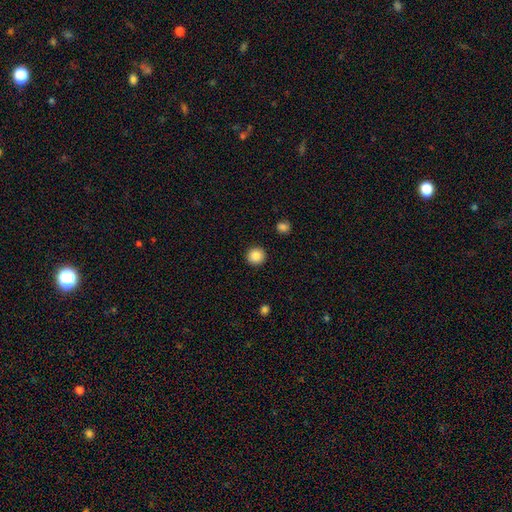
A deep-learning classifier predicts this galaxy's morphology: The model was most divided on "smooth or featured": smooth: 87%, star or artifact: 9%, featured or disk: 3%. More confident: how rounded — round (95%); merging — none (93%).